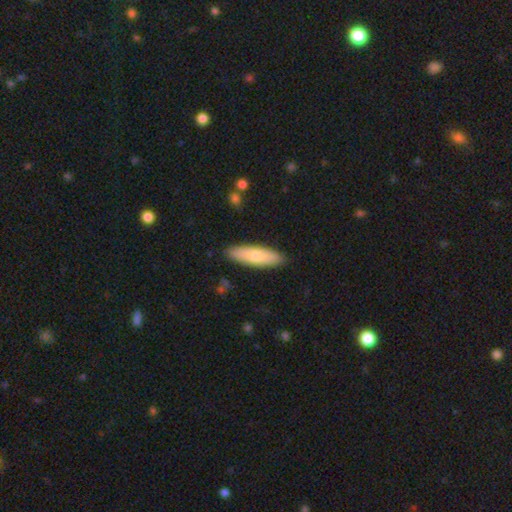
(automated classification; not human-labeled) This is likely a smooth galaxy (72%). How rounded: possibly cigar-shaped (60%). Merging: clearly none (89%).